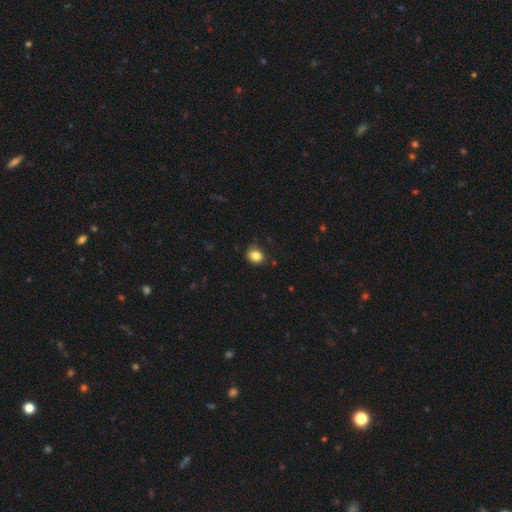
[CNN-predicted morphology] smooth_or_featured: smooth (p=0.84) [alt: star or artifact p=0.10]
how_rounded: round (p=0.55) [alt: in between p=0.44]
merging: none (p=0.73) [alt: minor disturbance p=0.21]